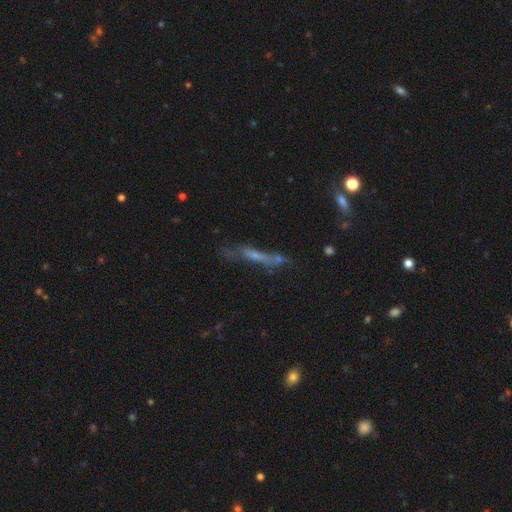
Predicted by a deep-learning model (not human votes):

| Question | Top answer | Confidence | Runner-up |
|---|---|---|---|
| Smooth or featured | featured or disk | 47% | smooth (34%) |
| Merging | none | 51% | minor disturbance (20%) |